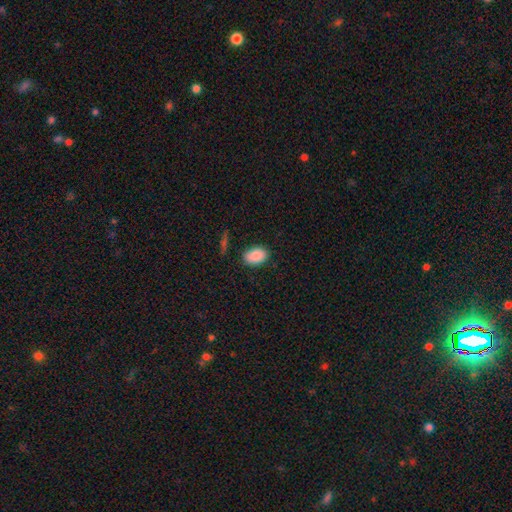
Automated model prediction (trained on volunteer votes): The model was most divided on "merging": none: 85%, minor disturbance: 11%, major disturbance: 3%, merger: 2%. More confident: smooth or featured — smooth (89%); how rounded — in between (88%).